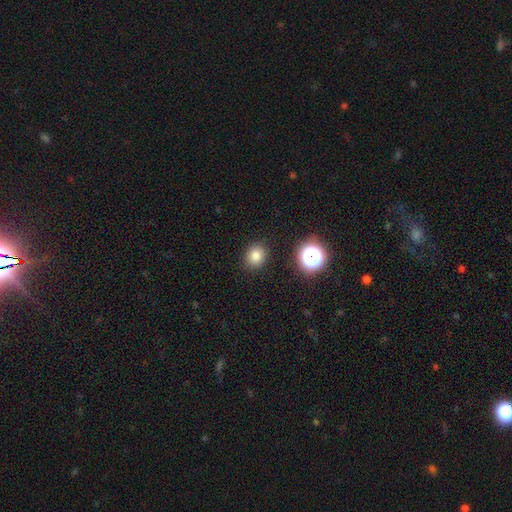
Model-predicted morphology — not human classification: Smooth or featured? Predicted: smooth (p=0.80). How rounded? Predicted: round (p=0.76). Merging? Predicted: none (p=0.88).